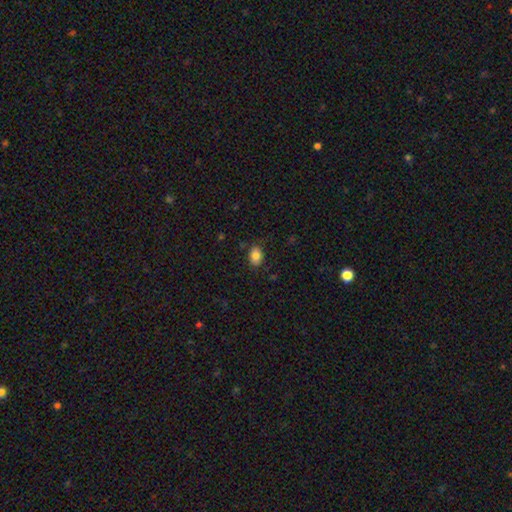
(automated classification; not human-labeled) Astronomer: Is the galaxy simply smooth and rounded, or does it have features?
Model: smooth — 85%.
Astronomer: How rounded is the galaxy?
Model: in between — 78%.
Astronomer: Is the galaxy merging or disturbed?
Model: none — 82%.